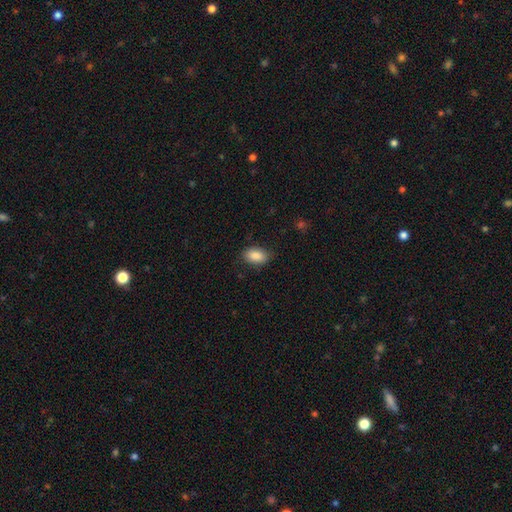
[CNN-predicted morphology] This appears to be a smooth galaxy with no disk features (88%) that is in between round and cigar-shaped (91%). Merging: none (83%).